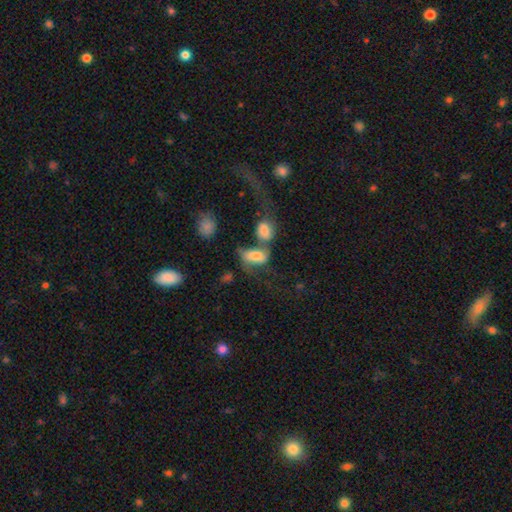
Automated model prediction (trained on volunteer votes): A smooth galaxy with no disk features (57%) that is in between round and cigar-shaped (87%). Merging: merger (54%).